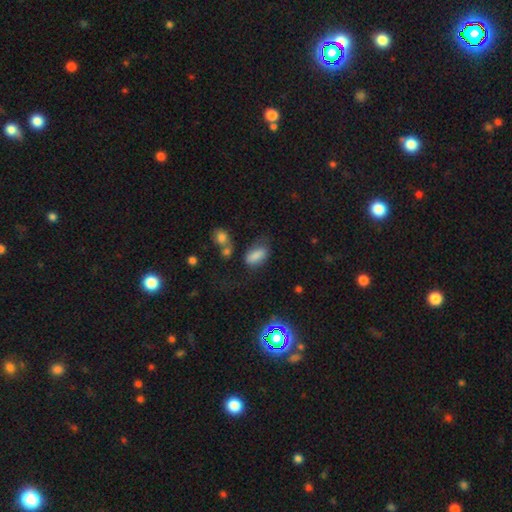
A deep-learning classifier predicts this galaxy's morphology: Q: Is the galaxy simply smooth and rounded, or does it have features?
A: smooth — 80%.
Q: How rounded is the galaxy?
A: in between — 89%.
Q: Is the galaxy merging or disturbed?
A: none — 54%.